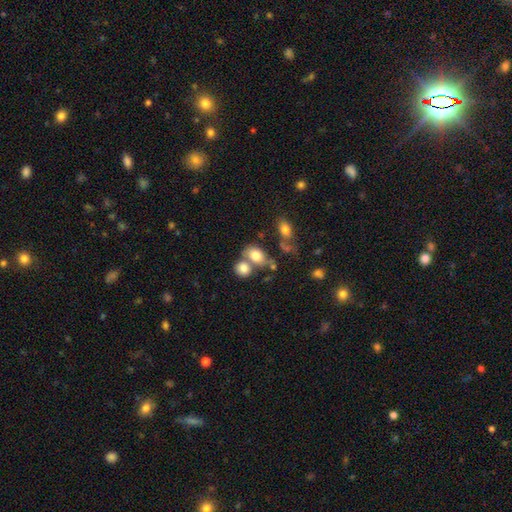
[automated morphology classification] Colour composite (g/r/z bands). It shows a smooth galaxy with no disk features (78%) that is in between round and cigar-shaped (72%). Merging: merger (43%).